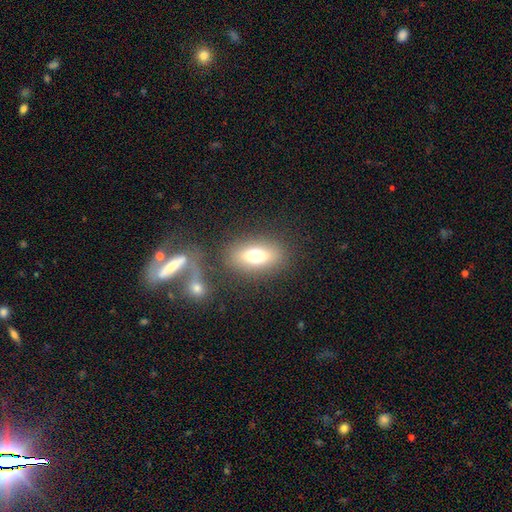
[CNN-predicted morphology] Q: Smooth or featured?
A: smooth (68%); runner-up: featured or disk (21%)
Q: How rounded?
A: in between (80%); runner-up: round (12%)
Q: Merging?
A: none (78%); runner-up: minor disturbance (11%)